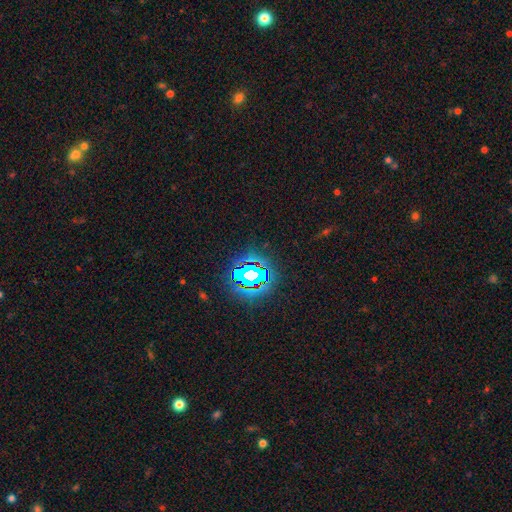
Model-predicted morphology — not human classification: Overall: star or artifact (81%).